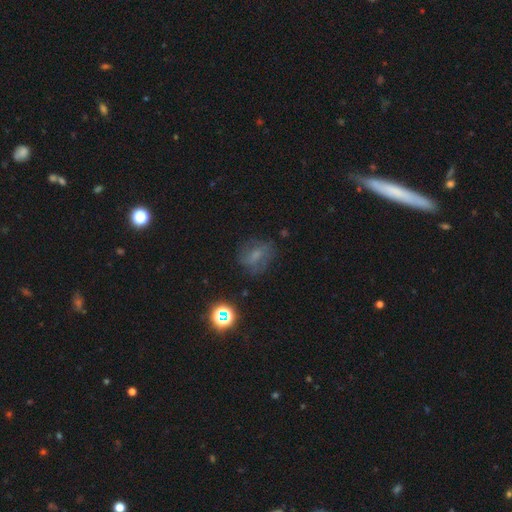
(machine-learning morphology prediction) The model was most divided on "smooth or featured": smooth: 46%, featured or disk: 32%, star or artifact: 22%. More confident: merging — none (62%).